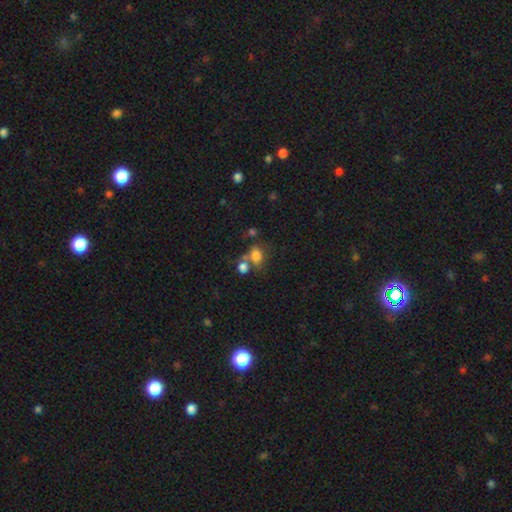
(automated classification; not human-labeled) Smooth or featured?
  - smooth: 75% *
  - star or artifact: 14%
  - featured or disk: 11%
How rounded?
  - in between: 65% *
  - round: 33%
  - cigar-shaped: 2%
Merging?
  - none: 41% *
  - merger: 37%
  - minor disturbance: 14%
  - major disturbance: 8%